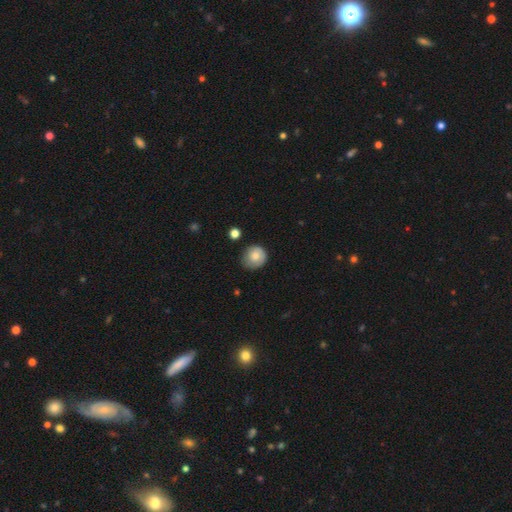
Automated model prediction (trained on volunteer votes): smooth-or-featured: smooth: 77% | featured or disk: 16% | star or artifact: 7%
  how-rounded: round: 89% | in between: 10% | cigar-shaped: 1%
  merging: none: 72% | minor disturbance: 22% | major disturbance: 4% | merger: 2%